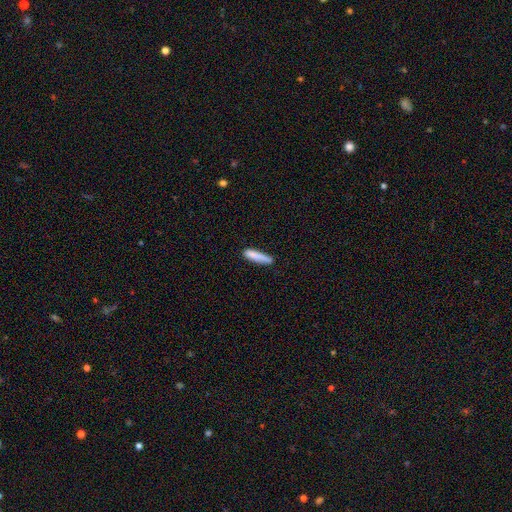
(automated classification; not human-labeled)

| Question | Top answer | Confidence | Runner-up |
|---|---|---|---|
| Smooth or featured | smooth | 84% | featured or disk (9%) |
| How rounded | cigar-shaped | 84% | in between (15%) |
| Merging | none | 75% | minor disturbance (19%) |